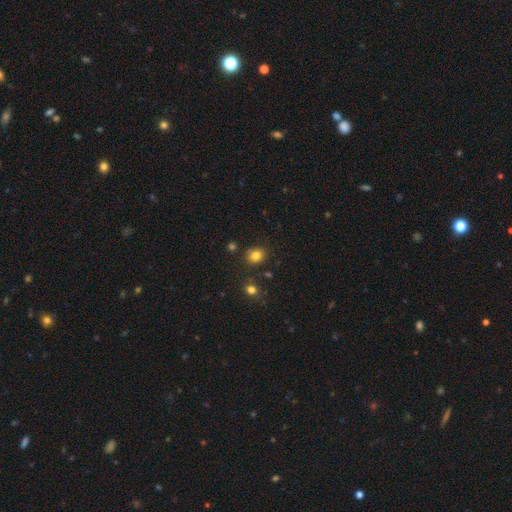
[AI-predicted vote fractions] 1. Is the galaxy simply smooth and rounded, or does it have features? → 81% smooth, 13% star or artifact, 6% featured or disk.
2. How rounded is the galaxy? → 71% round, 28% in between, 1% cigar-shaped.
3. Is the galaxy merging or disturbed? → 84% none, 10% minor disturbance, 4% merger, 3% major disturbance.